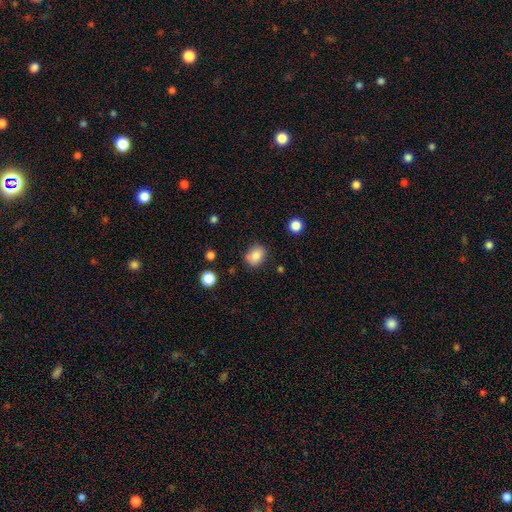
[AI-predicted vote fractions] Overall: smooth (83%). How rounded: round (51%; in between 48%). Merging: none (78%).